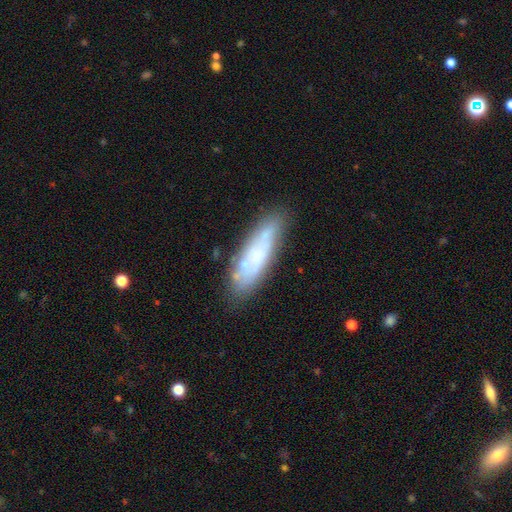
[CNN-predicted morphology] The model was most divided on "smooth or featured": smooth: 49%, featured or disk: 43%, star or artifact: 8%. More confident: merging — none (71%).